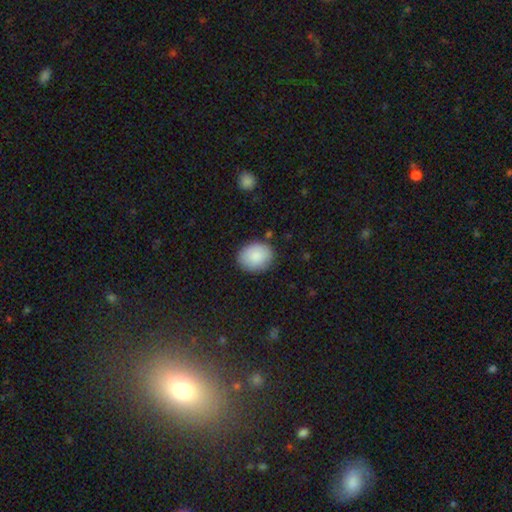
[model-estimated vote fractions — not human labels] smooth-or-featured: smooth: 87% | star or artifact: 7% | featured or disk: 6%
  how-rounded: round: 53% | in between: 46% | cigar-shaped: 1%
  merging: none: 85% | minor disturbance: 11% | major disturbance: 3% | merger: 2%